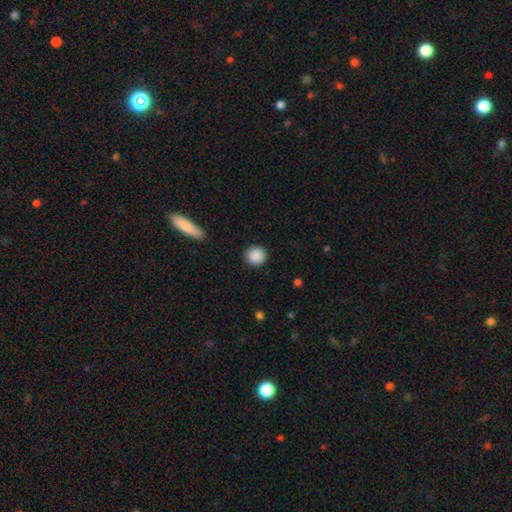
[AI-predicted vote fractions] A smooth galaxy with no disk features (90%) that is round (90%).

Vote fractions:
- Smooth or featured? smooth: 90% / star or artifact: 8% / featured or disk: 3%
- How rounded? round: 90% / in between: 9% / cigar-shaped: 1%
- Merging? none: 91% / minor disturbance: 6% / major disturbance: 2% / merger: 1%